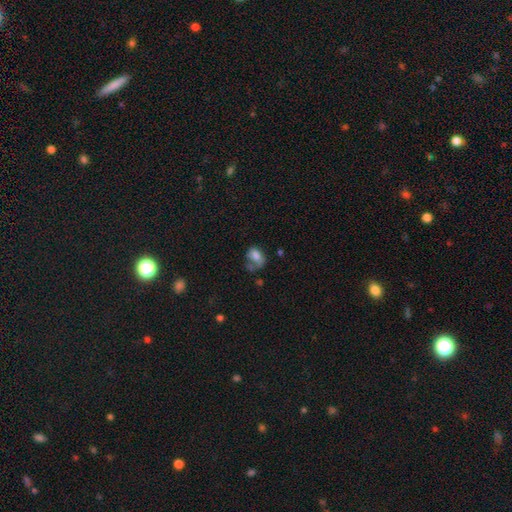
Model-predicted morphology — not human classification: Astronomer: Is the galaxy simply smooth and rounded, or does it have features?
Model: smooth — 67%.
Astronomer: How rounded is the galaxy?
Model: in between — 75%.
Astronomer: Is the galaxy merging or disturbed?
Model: major disturbance — 32% (runner-up: none, 30%).